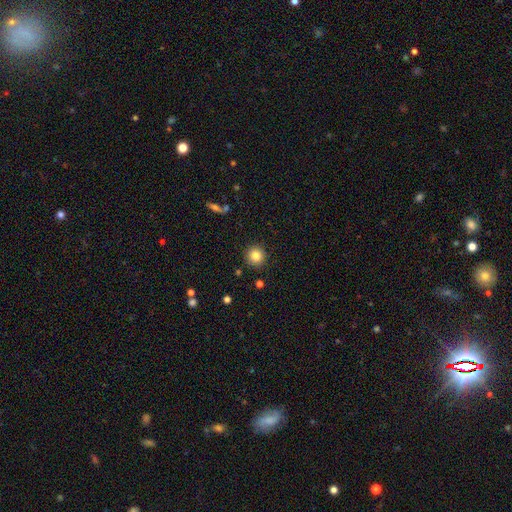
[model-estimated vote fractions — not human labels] Smooth or featured? Predicted: smooth (p=0.83). How rounded? Predicted: round (p=0.94). Merging? Predicted: none (p=0.90).